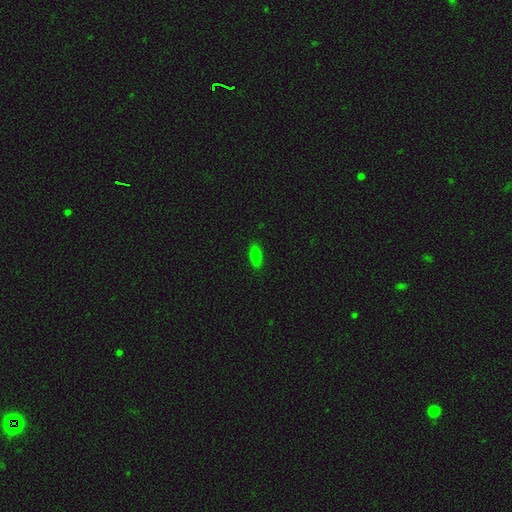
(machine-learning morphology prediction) Smooth or featured?
  - smooth: 83% *
  - star or artifact: 10%
  - featured or disk: 7%
How rounded?
  - in between: 74% *
  - cigar-shaped: 23%
  - round: 3%
Merging?
  - none: 87% *
  - minor disturbance: 10%
  - major disturbance: 2%
  - merger: 1%